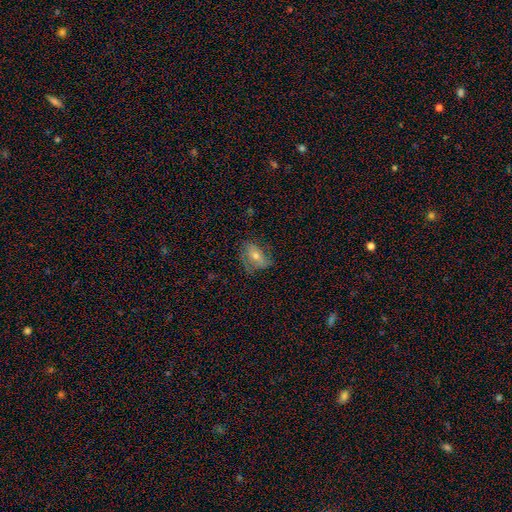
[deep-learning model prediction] Smooth or featured?
  - smooth: 45% *
  - featured or disk: 43%
  - star or artifact: 12%
Merging?
  - none: 63% *
  - minor disturbance: 25%
  - major disturbance: 11%
  - merger: 1%